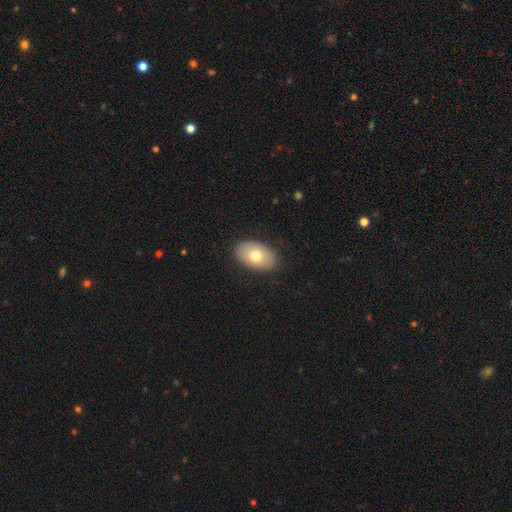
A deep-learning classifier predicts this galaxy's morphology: smooth 72%, featured or disk 21%, star or artifact 7%. Down the decision tree: how rounded — in between (92%); merging — none (88%).